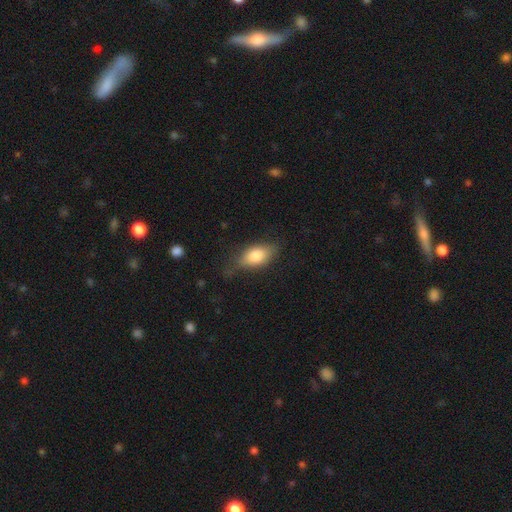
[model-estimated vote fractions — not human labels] This appears to be a smooth galaxy with no disk features (78%) that is in between round and cigar-shaped (86%). Merging: none (63%).